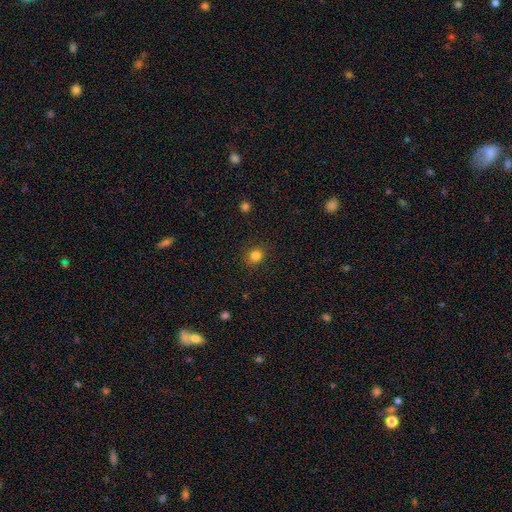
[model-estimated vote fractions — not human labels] Smooth or featured? Predicted: smooth (p=0.83). How rounded? Predicted: round (p=0.80). Merging? Predicted: none (p=0.89).